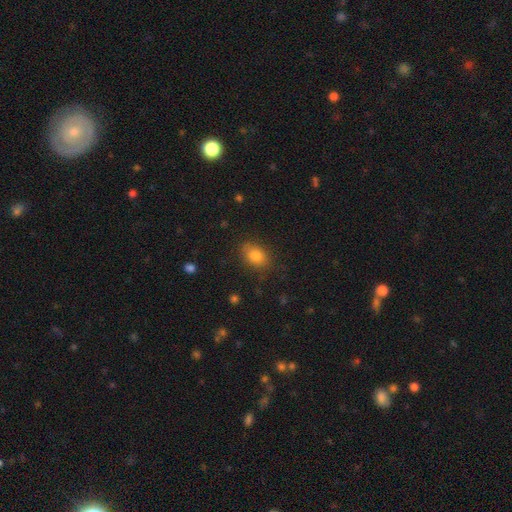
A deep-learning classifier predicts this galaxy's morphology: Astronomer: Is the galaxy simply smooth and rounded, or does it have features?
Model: smooth — 82%.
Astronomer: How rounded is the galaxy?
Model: in between — 74%.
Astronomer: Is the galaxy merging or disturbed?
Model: none — 80%.